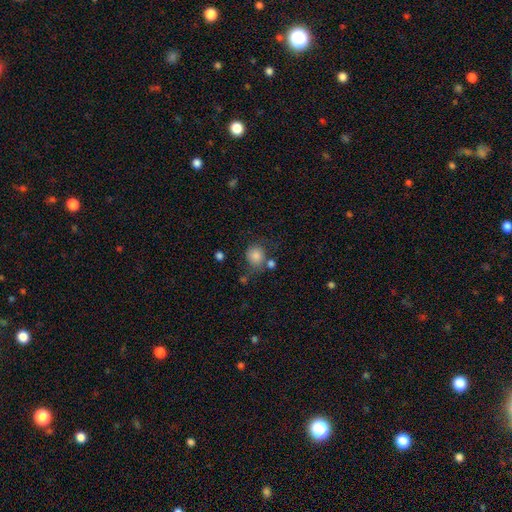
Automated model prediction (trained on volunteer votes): This appears to be a smooth galaxy with no disk features (82%) that is round (78%). Merging: none (61%).